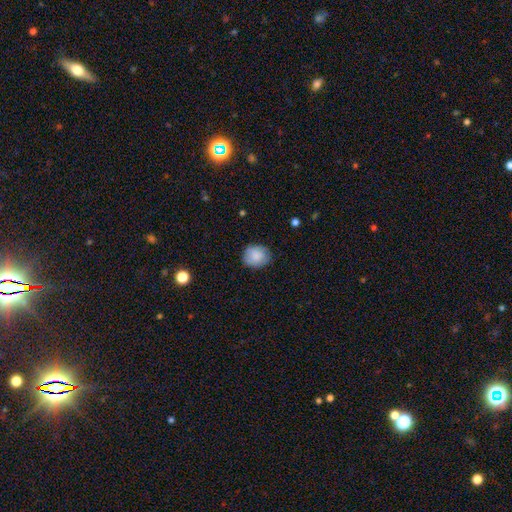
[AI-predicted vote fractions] Smooth or featured: smooth — 83% (featured or disk — 9%)
How rounded: round — 68% (in between — 31%)
Merging: none — 78% (minor disturbance — 17%)